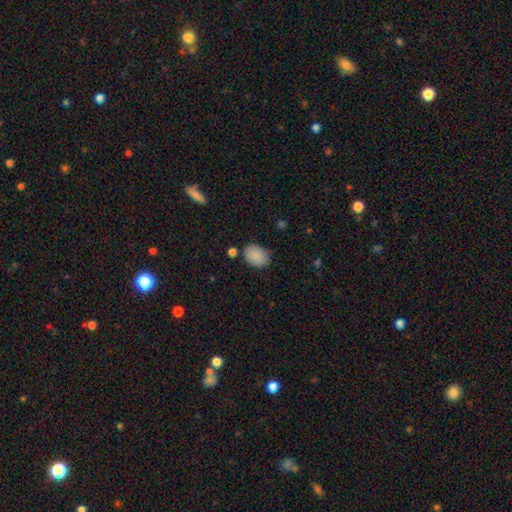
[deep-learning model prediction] Morphology: type=smooth (88%); roundness=in between (71%); merging=none (74%).